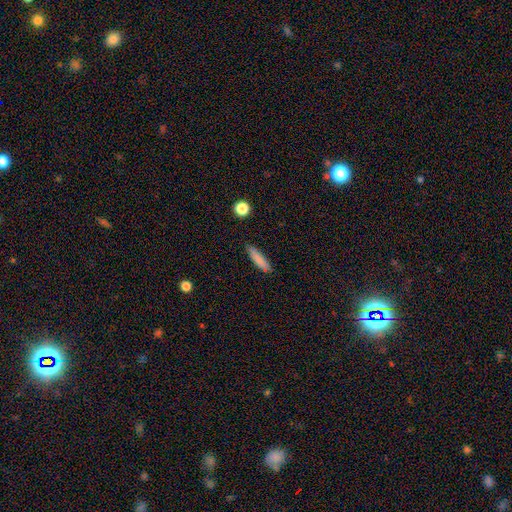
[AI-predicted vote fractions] A smooth galaxy with no disk features (82%) that is cigar-shaped (80%). Merging: none (84%).